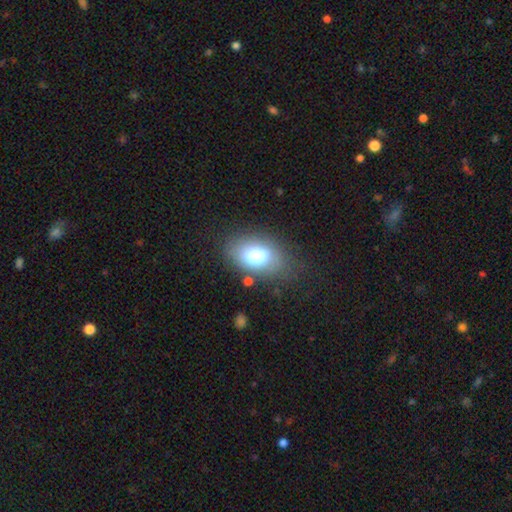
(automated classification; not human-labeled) This is likely a smooth galaxy (76%). How rounded: clearly in between (90%). Merging: likely none (68%).